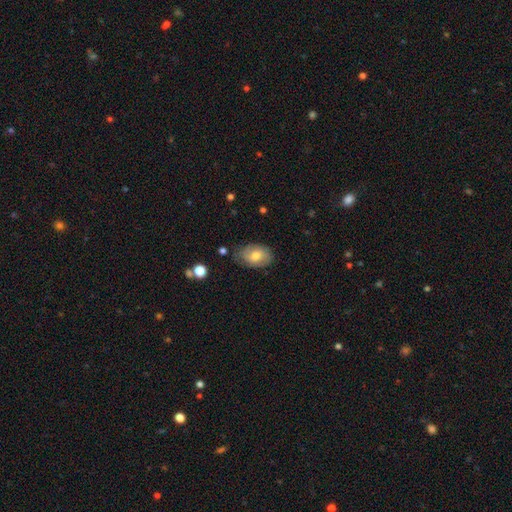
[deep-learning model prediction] Smooth or featured? smooth (62%)
How rounded? in between (85%)
Merging? none (70%)